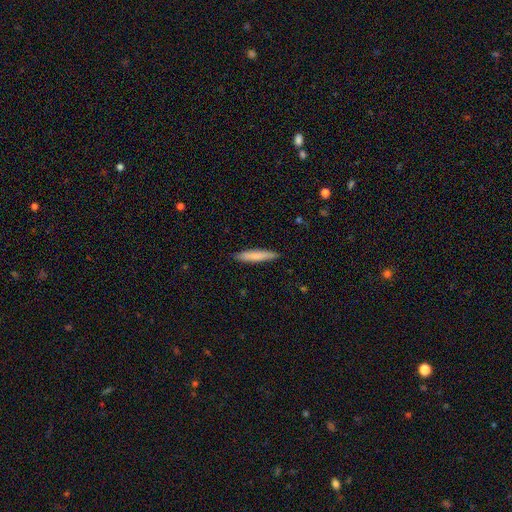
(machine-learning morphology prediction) The model was most divided on "smooth or featured": smooth: 79%, featured or disk: 15%, star or artifact: 6%. More confident: how rounded — cigar-shaped (91%); merging — none (89%).